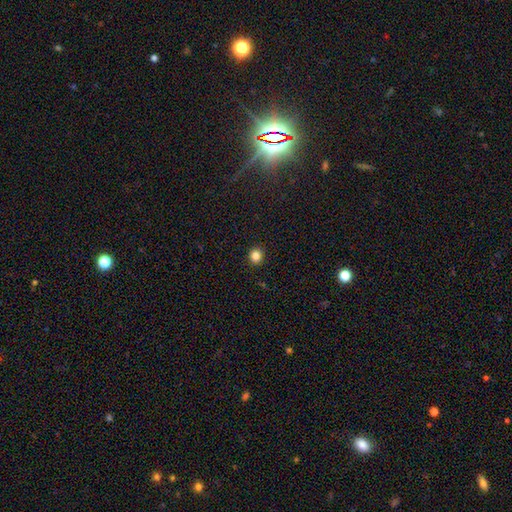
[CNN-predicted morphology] Smooth or featured? smooth (84%)
How rounded? round (86%)
Merging? none (92%)